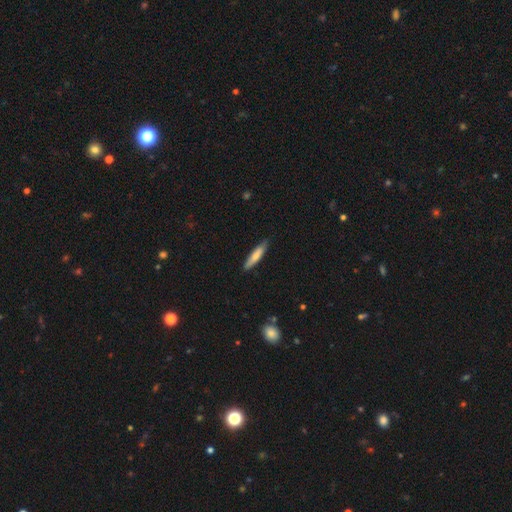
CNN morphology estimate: This appears to be a smooth galaxy with no disk features (71%) that is cigar-shaped (86%). Merging: none (85%).